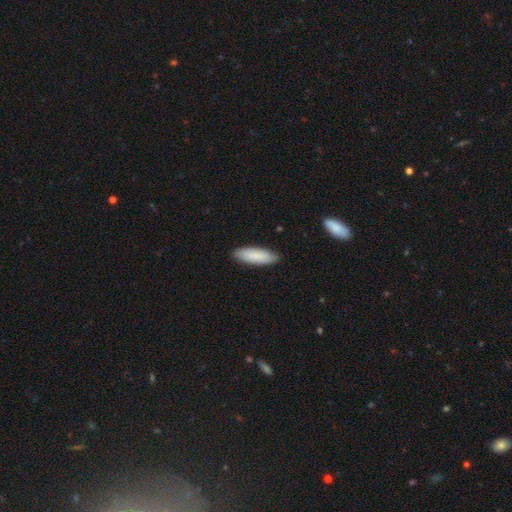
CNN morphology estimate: smooth 87%, featured or disk 8%, star or artifact 5%. Down the decision tree: how rounded — in between (56%); merging — none (88%).